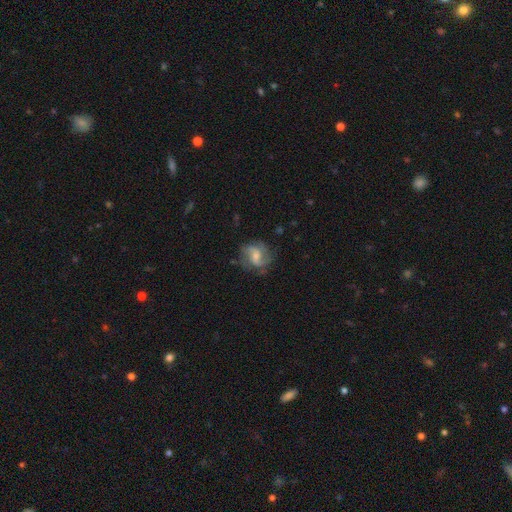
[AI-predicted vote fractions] featured or disk 71%, smooth 22%, star or artifact 7%. Down the decision tree: edge-on disk — no (97%); bar — weak (47%); spiral arms — yes (90%); spiral arm count — 2 (69%); spiral winding — medium (44%); bulge size — small (46%); merging — none (69%).